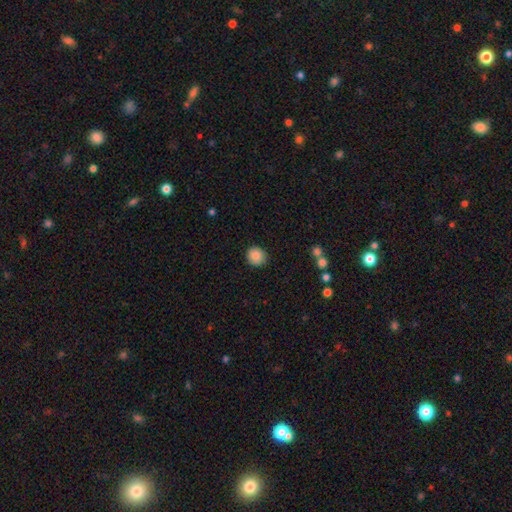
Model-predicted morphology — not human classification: This is clearly a smooth galaxy (88%). How rounded: clearly round (86%). Merging: clearly none (89%).